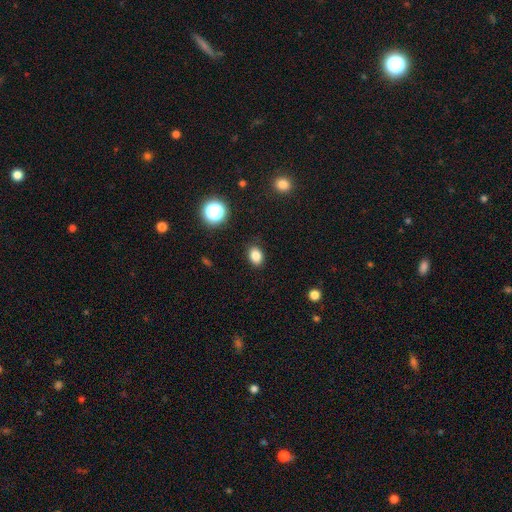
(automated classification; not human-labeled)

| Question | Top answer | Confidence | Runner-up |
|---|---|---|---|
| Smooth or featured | smooth | 84% | star or artifact (12%) |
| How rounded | in between | 69% | round (30%) |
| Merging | none | 88% | minor disturbance (9%) |